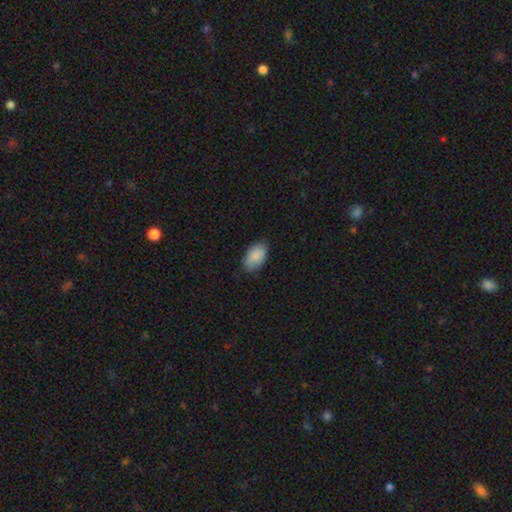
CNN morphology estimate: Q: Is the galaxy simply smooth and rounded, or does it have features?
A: smooth — 89%.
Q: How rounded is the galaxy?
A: in between — 94%.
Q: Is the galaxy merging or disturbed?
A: none — 81%.